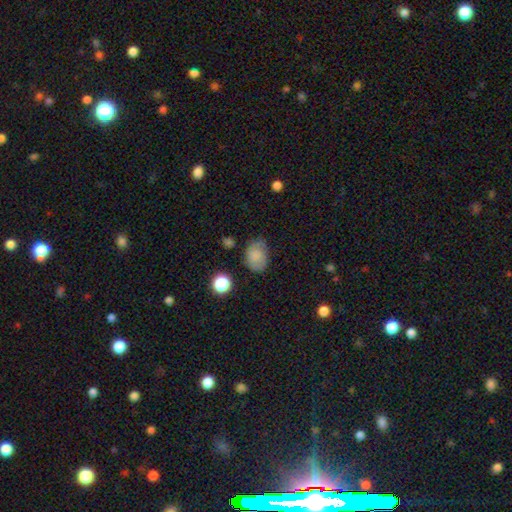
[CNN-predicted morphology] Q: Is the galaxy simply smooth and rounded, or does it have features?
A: smooth — 77%.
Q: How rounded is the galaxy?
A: in between — 72%.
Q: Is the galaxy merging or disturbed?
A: none — 64%.